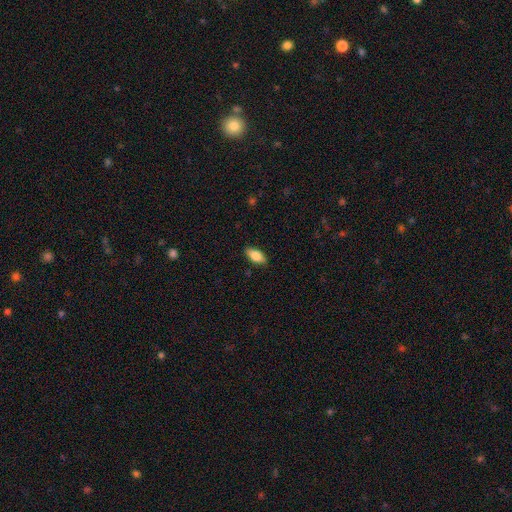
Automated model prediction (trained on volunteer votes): Smooth or featured? smooth (84%)
How rounded? in between (88%)
Merging? none (86%)